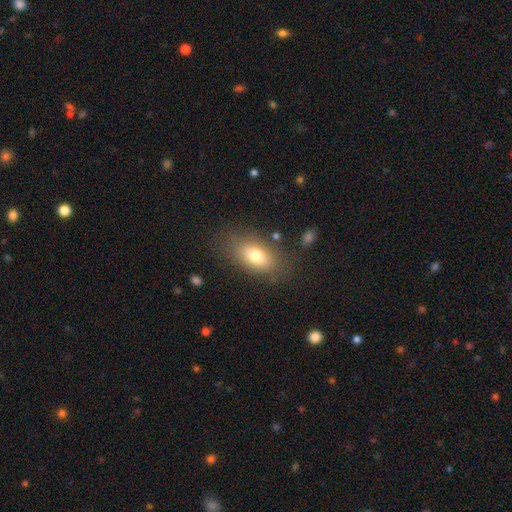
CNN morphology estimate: Smooth or featured? smooth (75%)
How rounded? in between (85%)
Merging? none (77%)